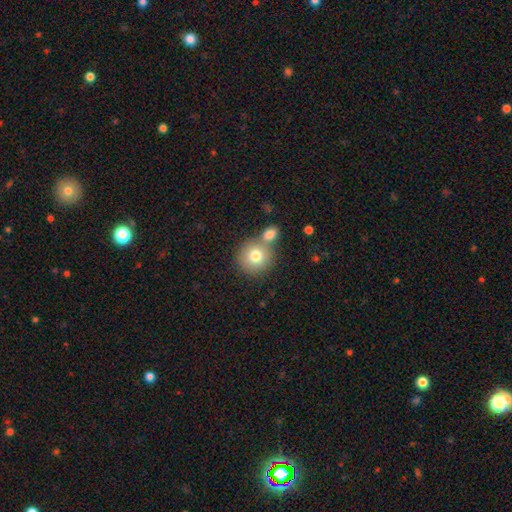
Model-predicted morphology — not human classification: Q: Smooth or featured?
A: smooth (77%); runner-up: featured or disk (14%)
Q: How rounded?
A: round (89%); runner-up: in between (10%)
Q: Merging?
A: none (53%); runner-up: merger (35%)